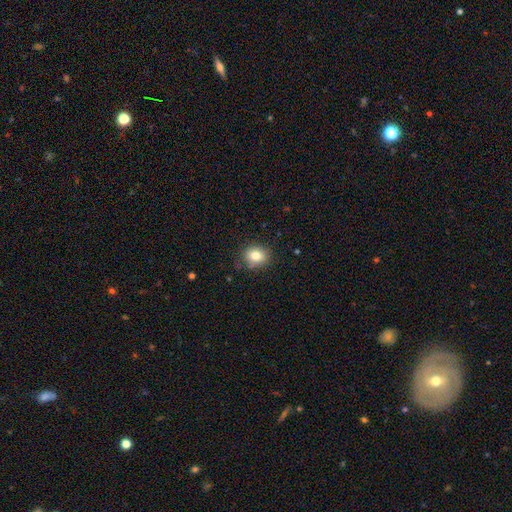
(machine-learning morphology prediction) The model was most divided on "how rounded": round: 61%, in between: 38%, cigar-shaped: 1%. More confident: merging — none (83%); smooth or featured — smooth (81%).